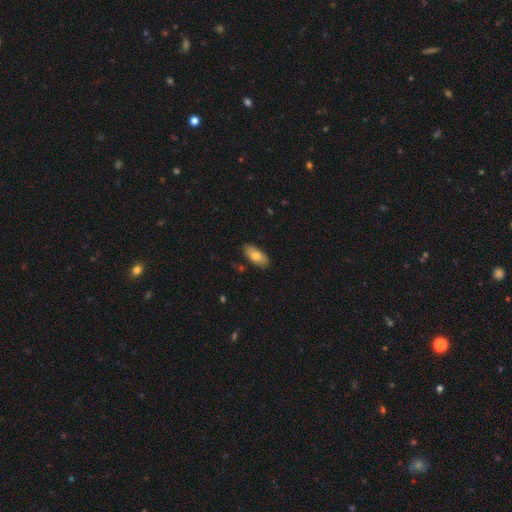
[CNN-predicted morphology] Q: Smooth or featured?
A: smooth (76%); runner-up: featured or disk (17%)
Q: How rounded?
A: in between (88%); runner-up: cigar-shaped (10%)
Q: Merging?
A: none (86%); runner-up: minor disturbance (11%)